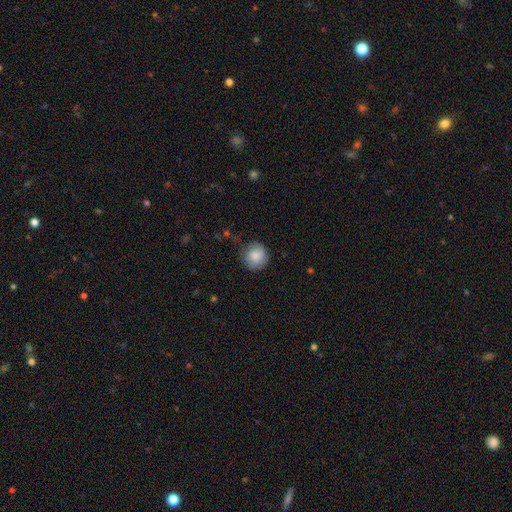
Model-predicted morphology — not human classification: Q: Smooth or featured?
A: smooth (84%); runner-up: featured or disk (8%)
Q: How rounded?
A: round (92%); runner-up: in between (7%)
Q: Merging?
A: none (77%); runner-up: minor disturbance (17%)